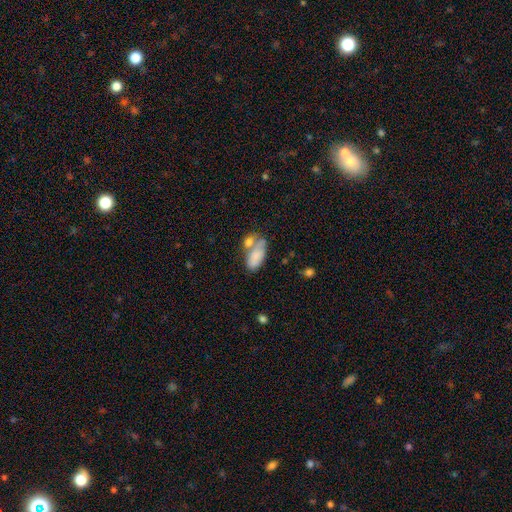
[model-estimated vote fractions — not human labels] smooth 76%, featured or disk 16%, star or artifact 7%. Down the decision tree: how rounded — in between (91%); merging — merger (39%).